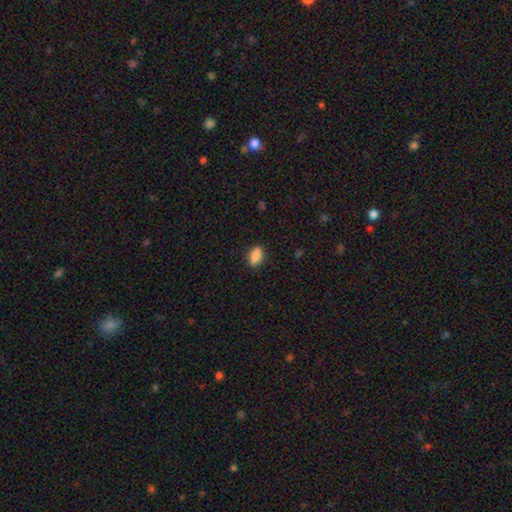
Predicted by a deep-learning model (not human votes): This is clearly a smooth galaxy (86%). How rounded: clearly in between (83%). Merging: clearly none (87%).